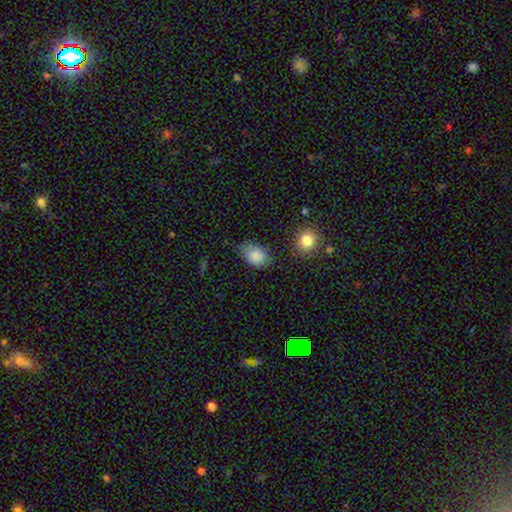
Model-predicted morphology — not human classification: smooth 86%, star or artifact 8%, featured or disk 6%. Down the decision tree: how rounded — in between (83%); merging — none (64%).